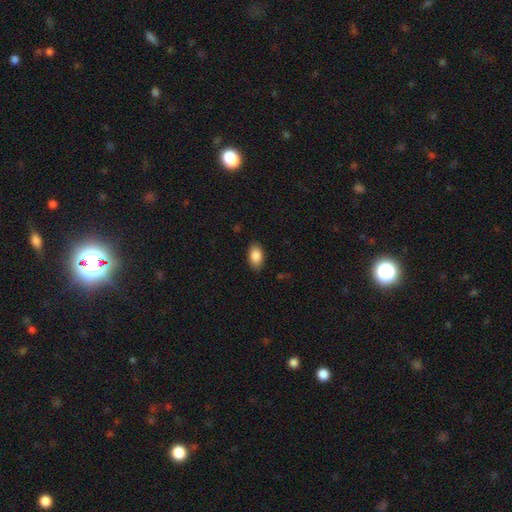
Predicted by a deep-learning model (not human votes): smooth-or-featured: smooth: 87% | star or artifact: 7% | featured or disk: 6%
  how-rounded: in between: 92% | round: 6% | cigar-shaped: 2%
  merging: none: 86% | minor disturbance: 11% | major disturbance: 2% | merger: 1%